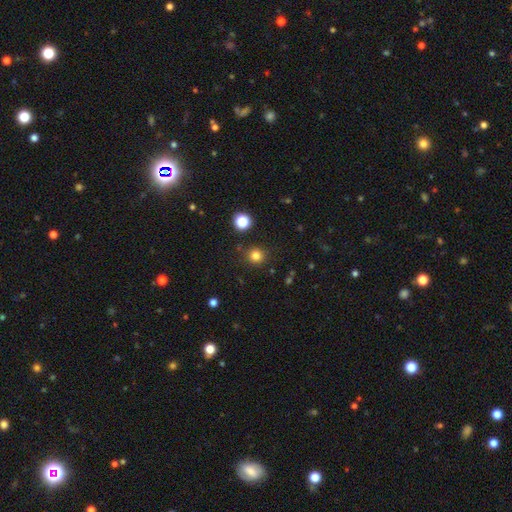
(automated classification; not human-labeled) This is likely a smooth galaxy (80%). How rounded: clearly round (92%). Merging: clearly none (87%).